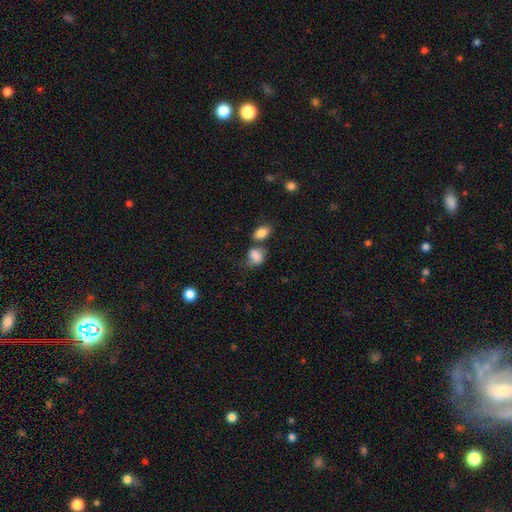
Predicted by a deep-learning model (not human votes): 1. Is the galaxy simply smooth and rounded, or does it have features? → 80% smooth, 11% featured or disk, 9% star or artifact.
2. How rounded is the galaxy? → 73% in between, 25% round, 2% cigar-shaped.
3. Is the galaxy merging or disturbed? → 35% none, 32% merger, 21% minor disturbance, 12% major disturbance.